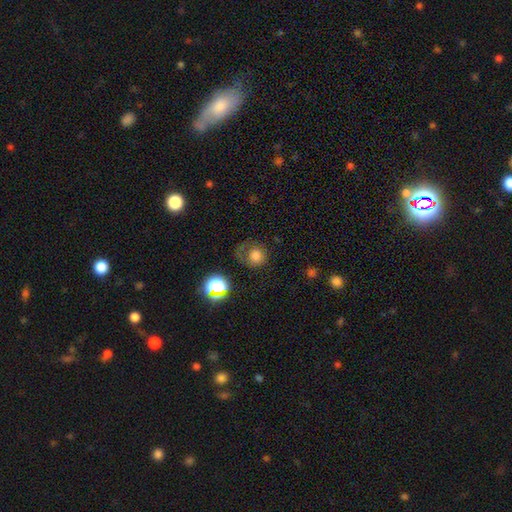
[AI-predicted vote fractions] Smooth or featured? smooth (72%)
How rounded? round (85%)
Merging? none (52%)